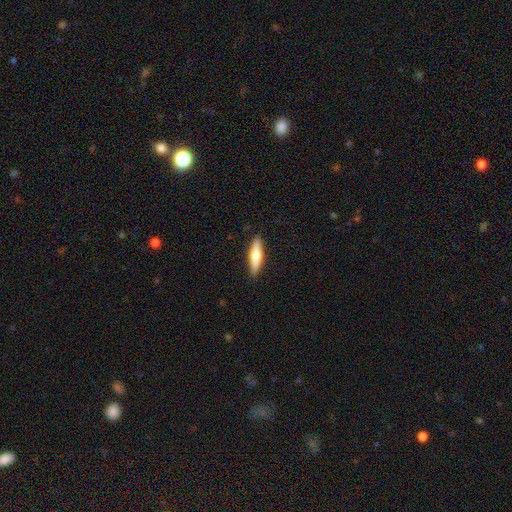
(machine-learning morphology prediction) This appears to be a smooth galaxy with no disk features (59%) that is cigar-shaped (76%). Merging: none (89%).